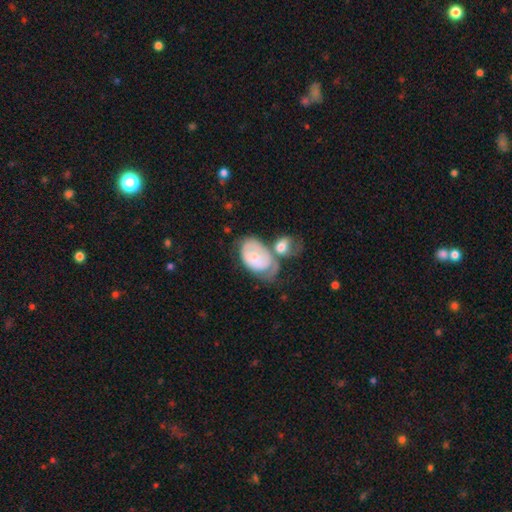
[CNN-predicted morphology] The model was most divided on "merging": merger: 36%, none: 27%, minor disturbance: 20%, major disturbance: 17%. More confident: edge-on disk — no (94%); smooth or featured — featured or disk (52%).